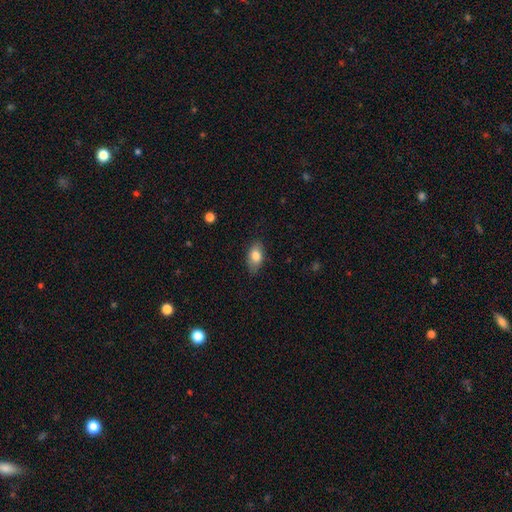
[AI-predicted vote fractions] Morphology: type=smooth (80%); roundness=in between (89%); merging=none (82%).